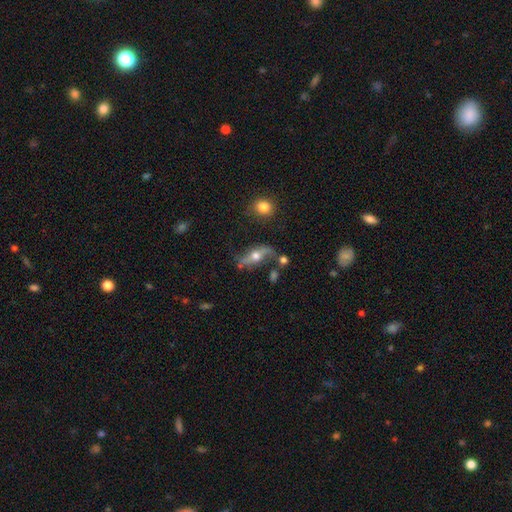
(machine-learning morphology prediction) A featured or disk galaxy (68%). Merging: none (61%).